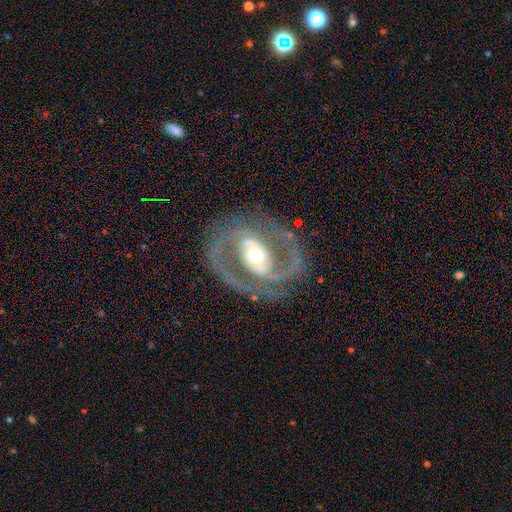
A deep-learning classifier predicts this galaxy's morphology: smooth-or-featured: featured or disk: 90% | smooth: 6% | star or artifact: 5%
  disk-edge-on: no: 97% | yes: 3%
    bar: no: 37% | weak: 34% | strong: 29%
    has-spiral-arms: yes: 95% | no: 5%
      spiral-winding: medium: 57% | tight: 28% | loose: 15%
      spiral-arm-count: 2: 91% | can't tell: 3% | 3: 2% | 1: 2% | 4: 1% | more than 4: 1%
    bulge-size: moderate: 65% | large: 18% | small: 14% | dominant: 2% | none: 1%
  merging: none: 79% | minor disturbance: 12% | major disturbance: 8% | merger: 1%